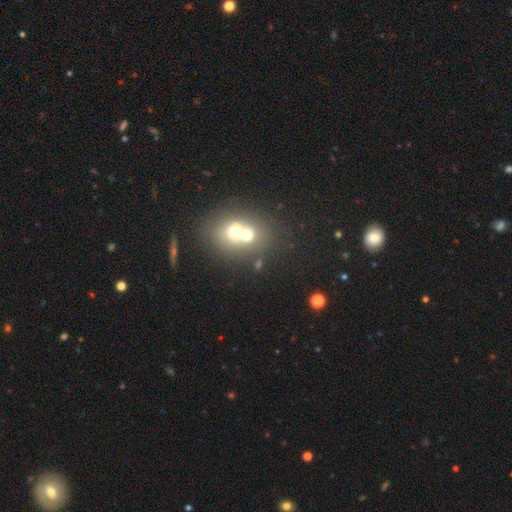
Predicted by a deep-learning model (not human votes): smooth 53%, star or artifact 24%, featured or disk 23%. Down the decision tree: how rounded — round (57%); merging — merger (56%).